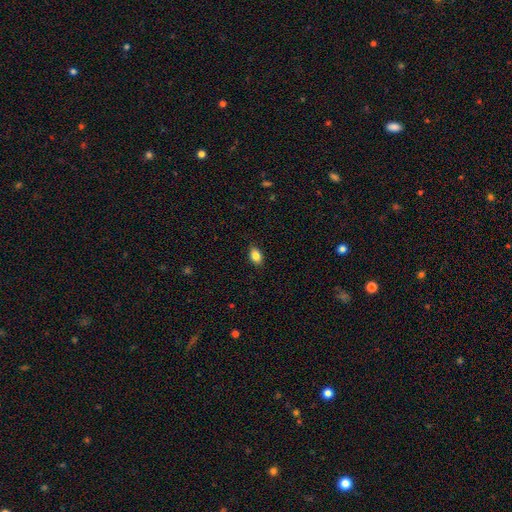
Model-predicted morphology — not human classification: smooth_or_featured: smooth (p=0.85) [alt: star or artifact p=0.08]
how_rounded: in between (p=0.84) [alt: round p=0.15]
merging: none (p=0.86) [alt: minor disturbance p=0.10]